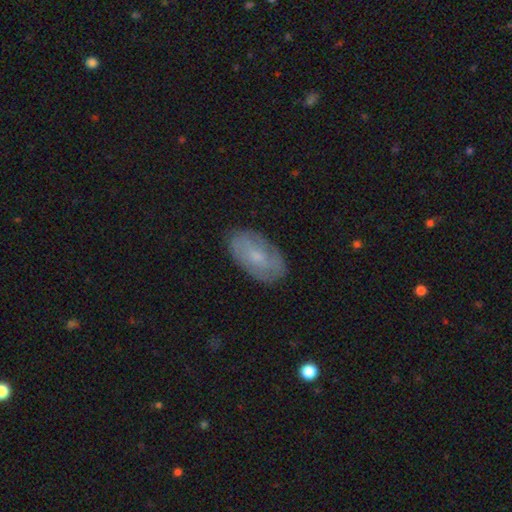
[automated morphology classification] Overall: smooth (46%, tied with featured or disk). Merging: none (82%).